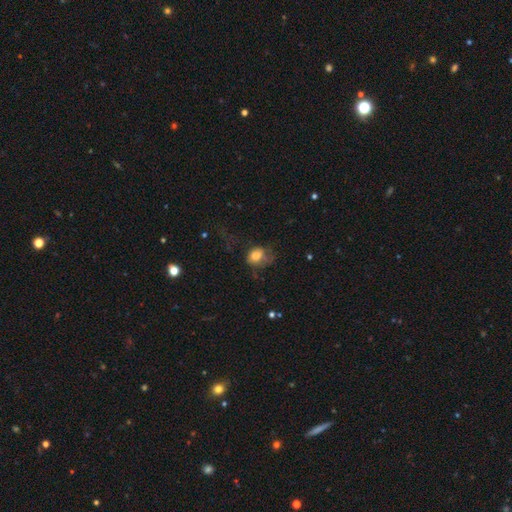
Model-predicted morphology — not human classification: A smooth galaxy with no disk features (73%) that is in between round and cigar-shaped (60%). Merging: major disturbance (37%).